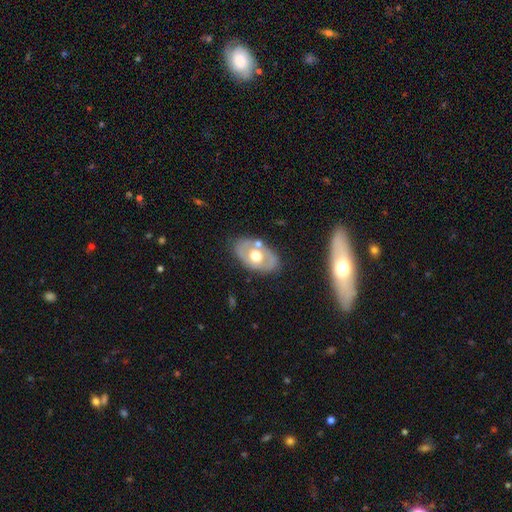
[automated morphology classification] This appears to be a featured or disk galaxy (52%). Merging: none (73%).